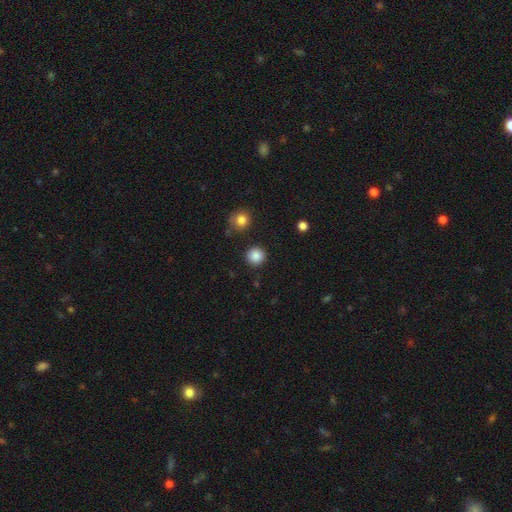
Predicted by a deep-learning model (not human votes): Overall: smooth (87%). How rounded: round (94%). Merging: none (90%).